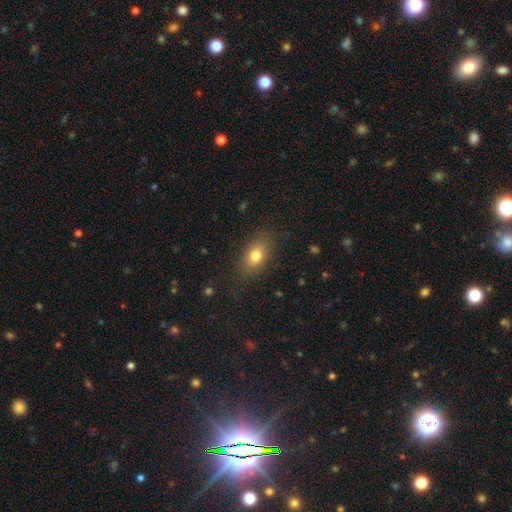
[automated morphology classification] This is likely a smooth galaxy (77%). How rounded: likely in between (79%). Merging: clearly none (81%).